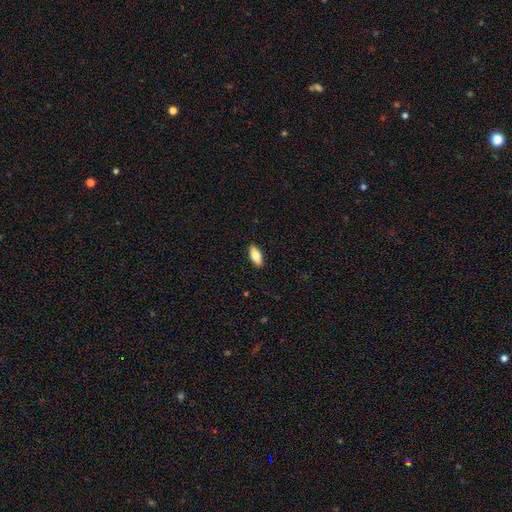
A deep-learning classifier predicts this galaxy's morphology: smooth-or-featured: smooth: 74% | featured or disk: 19% | star or artifact: 6%
  how-rounded: in between: 80% | cigar-shaped: 18% | round: 3%
  merging: none: 90% | minor disturbance: 8% | major disturbance: 2% | merger: 1%